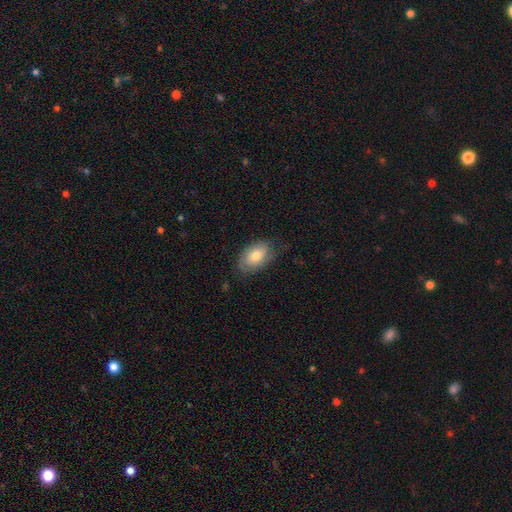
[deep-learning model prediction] smooth-or-featured: smooth: 73% | featured or disk: 21% | star or artifact: 6%
  how-rounded: in between: 91% | round: 7% | cigar-shaped: 1%
  merging: none: 70% | minor disturbance: 23% | major disturbance: 6% | merger: 1%